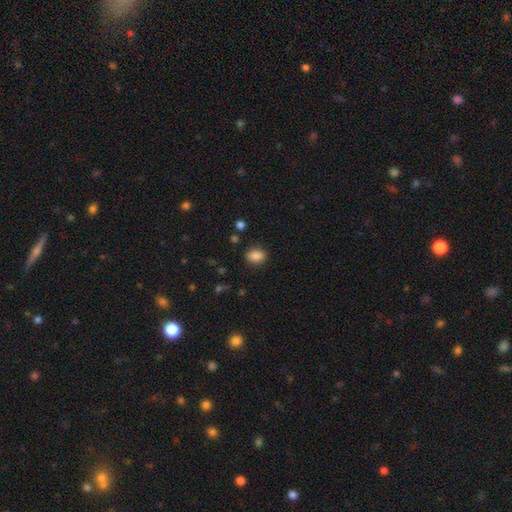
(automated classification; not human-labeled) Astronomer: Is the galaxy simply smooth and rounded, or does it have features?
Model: smooth — 86%.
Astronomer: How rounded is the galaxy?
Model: in between — 64%.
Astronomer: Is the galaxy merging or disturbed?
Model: none — 84%.